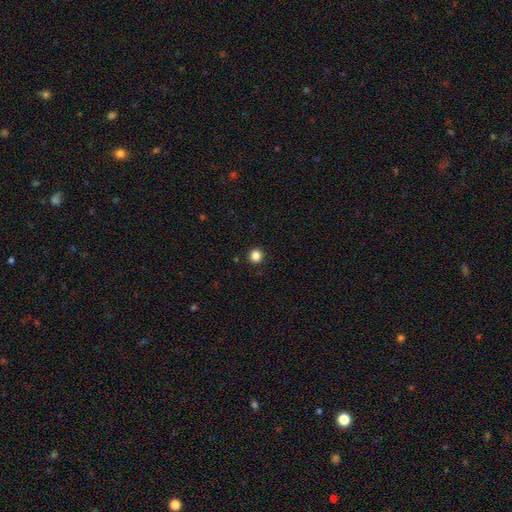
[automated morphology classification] Smooth or featured?
  - smooth: 85% *
  - star or artifact: 12%
  - featured or disk: 4%
How rounded?
  - round: 94% *
  - in between: 5%
  - cigar-shaped: 1%
Merging?
  - none: 93% *
  - minor disturbance: 5%
  - major disturbance: 2%
  - merger: 1%